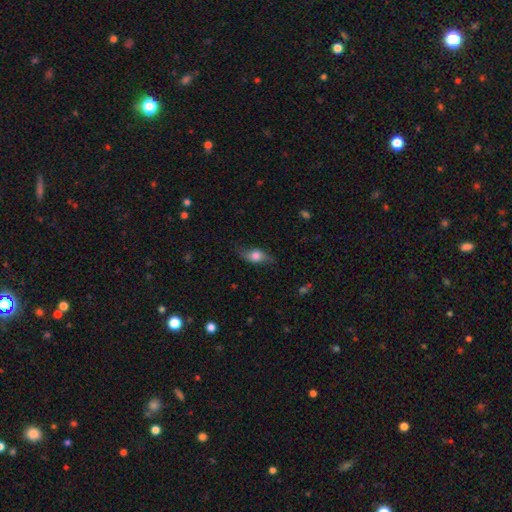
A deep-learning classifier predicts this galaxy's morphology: smooth-or-featured: smooth: 53% | featured or disk: 39% | star or artifact: 8%
  how-rounded: in between: 72% | cigar-shaped: 15% | round: 13%
  merging: none: 71% | minor disturbance: 21% | major disturbance: 7% | merger: 1%